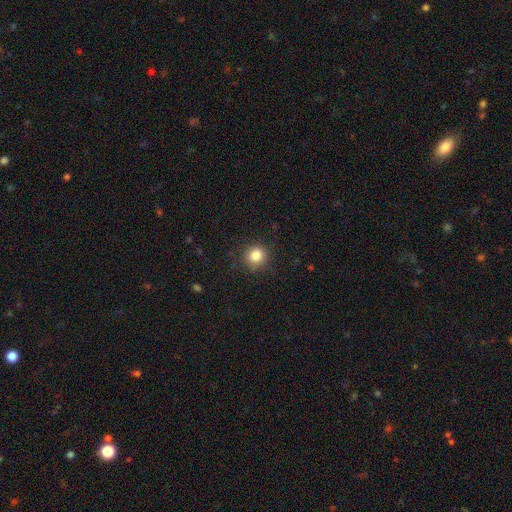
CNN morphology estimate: type=smooth (84%); roundness=round (90%); merging=none (87%).